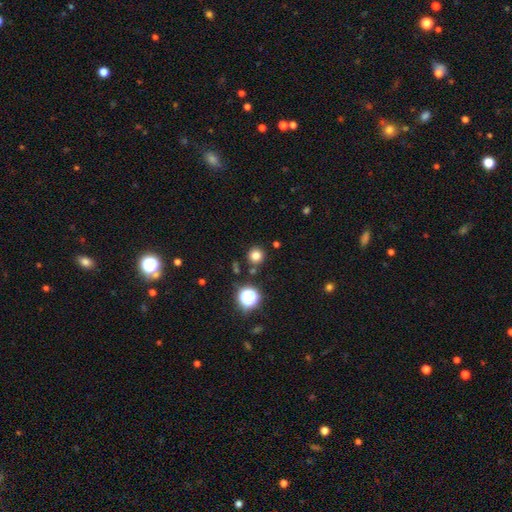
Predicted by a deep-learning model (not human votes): Morphology: type=smooth (78%); roundness=round (92%); merging=none (87%).